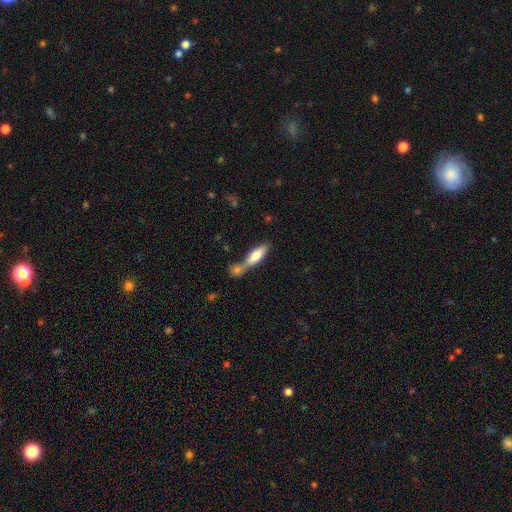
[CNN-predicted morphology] Overall: smooth (69%). How rounded: in between (53%; cigar-shaped 44%). Merging: merger (53%; none 31%).